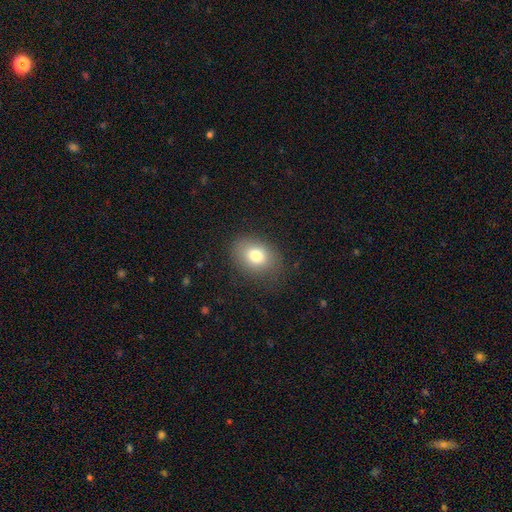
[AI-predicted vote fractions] Morphology: type=smooth (78%); roundness=in between (62%); merging=none (78%).